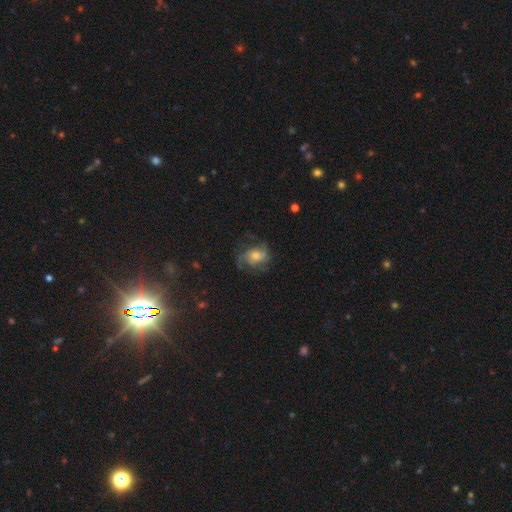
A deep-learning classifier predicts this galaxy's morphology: Overall: featured or disk (71%). Edge-on disk: no (97%). Bar: no (68%). Spiral arms: yes (90%). Spiral arm count: 3 (33%; 2 25%). Spiral winding: medium (48%; tight 29%). Bulge size: moderate (57%; small 31%). Merging: none (63%).